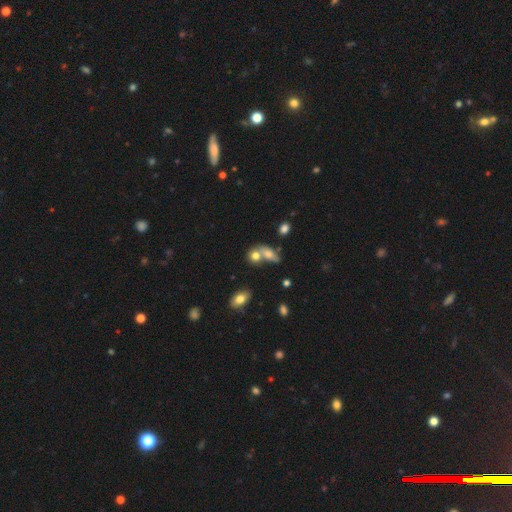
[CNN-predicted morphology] smooth 72%, featured or disk 16%, star or artifact 12%. Down the decision tree: how rounded — in between (54%); merging — merger (47%).